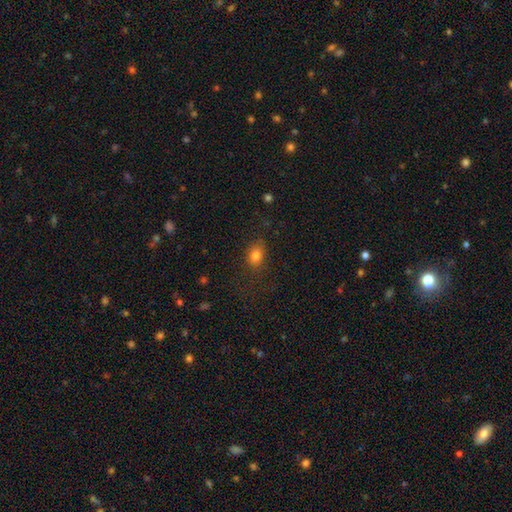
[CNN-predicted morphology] Smooth or featured? Predicted: smooth (p=0.80). How rounded? Predicted: in between (p=0.65). Merging? Predicted: none (p=0.75).